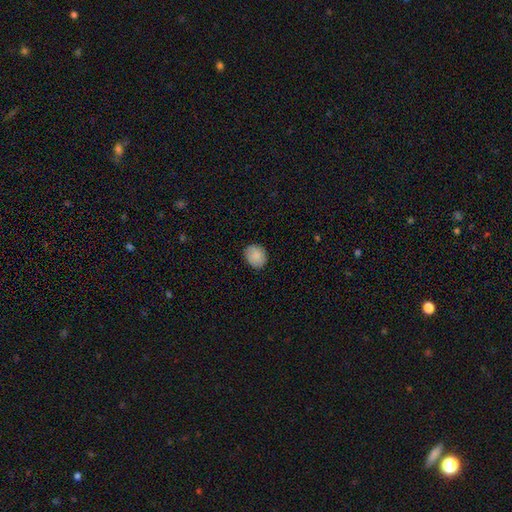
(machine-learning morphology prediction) A smooth galaxy with no disk features (85%) that is round (57%). Merging: none (84%).